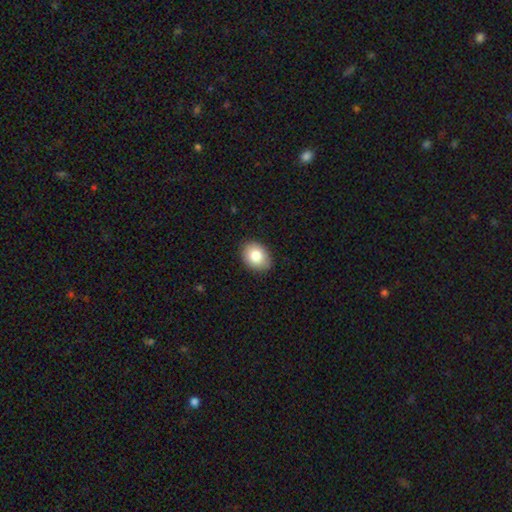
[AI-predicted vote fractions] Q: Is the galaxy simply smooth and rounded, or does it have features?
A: smooth — 83%.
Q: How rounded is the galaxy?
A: in between — 63%.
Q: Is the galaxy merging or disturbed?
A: none — 87%.